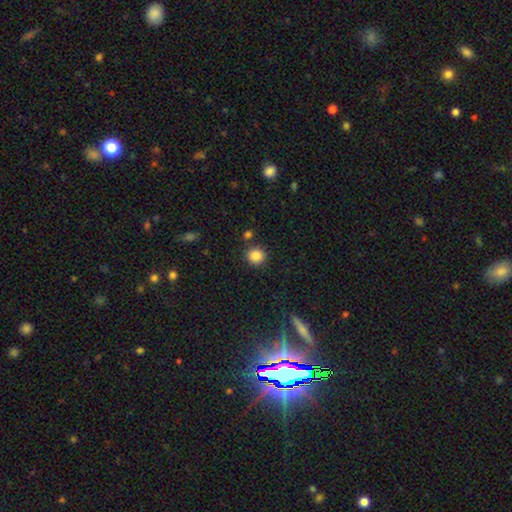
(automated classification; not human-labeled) A smooth galaxy with no disk features (86%) that is round (92%). Merging: none (85%).